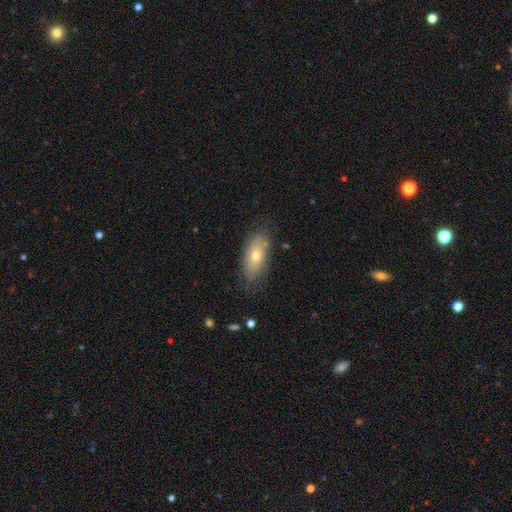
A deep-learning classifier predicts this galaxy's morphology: A smooth galaxy with no disk features (60%) that is in between round and cigar-shaped (87%).

Vote fractions:
- Smooth or featured? smooth: 60% / featured or disk: 32% / star or artifact: 8%
- How rounded? in between: 87% / cigar-shaped: 8% / round: 5%
- Merging? none: 74% / minor disturbance: 19% / major disturbance: 5% / merger: 2%